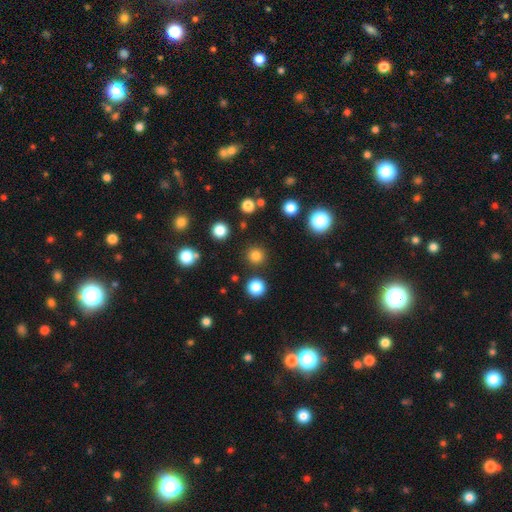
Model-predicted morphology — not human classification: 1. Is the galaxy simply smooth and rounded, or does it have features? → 80% smooth, 15% star or artifact, 5% featured or disk.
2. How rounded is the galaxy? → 95% round, 4% in between, 1% cigar-shaped.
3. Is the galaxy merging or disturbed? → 89% none, 5% minor disturbance, 3% merger, 3% major disturbance.